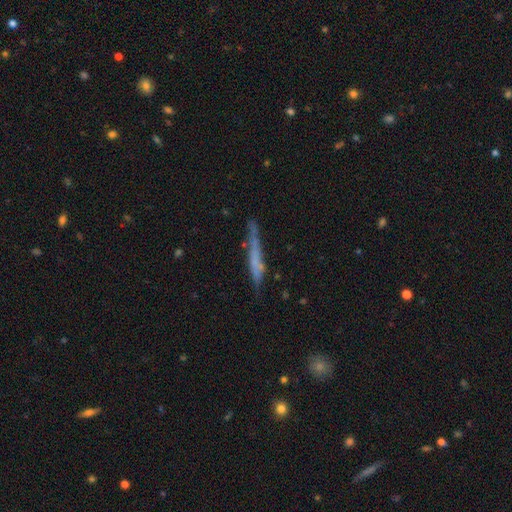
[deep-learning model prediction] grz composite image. It shows a smooth galaxy with no disk features (47%). Merging: none (72%).